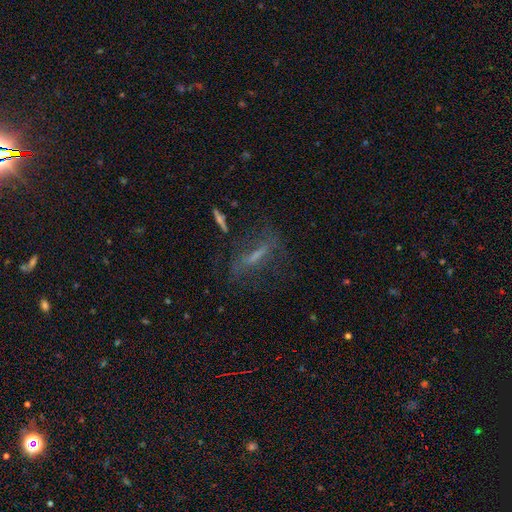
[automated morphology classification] type=featured or disk (51%); edge-on=no (61%); merging=none (63%).